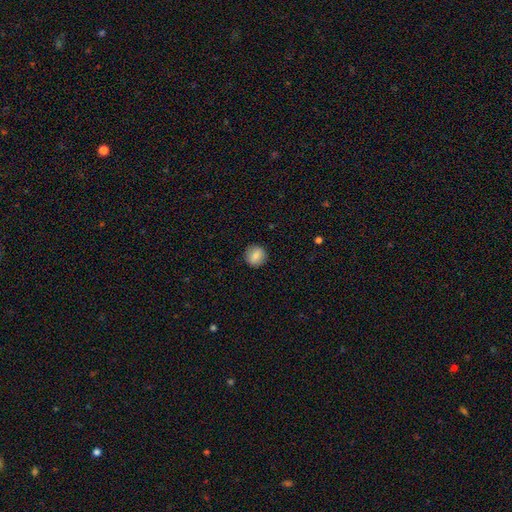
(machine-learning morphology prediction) Smooth or featured? Predicted: smooth (p=0.82). How rounded? Predicted: round (p=0.90). Merging? Predicted: none (p=0.90).